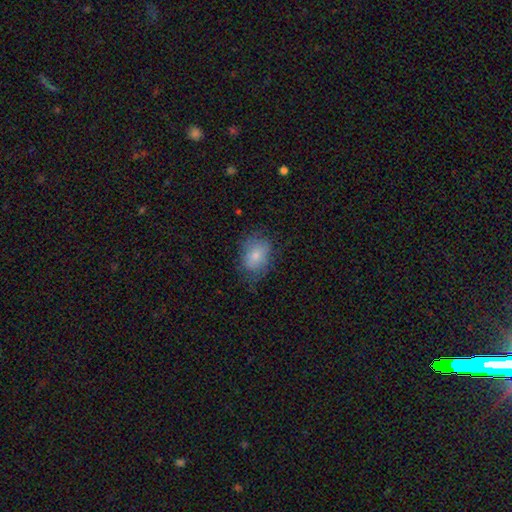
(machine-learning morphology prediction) smooth 75%, featured or disk 17%, star or artifact 8%. Down the decision tree: how rounded — in between (71%); merging — none (64%).